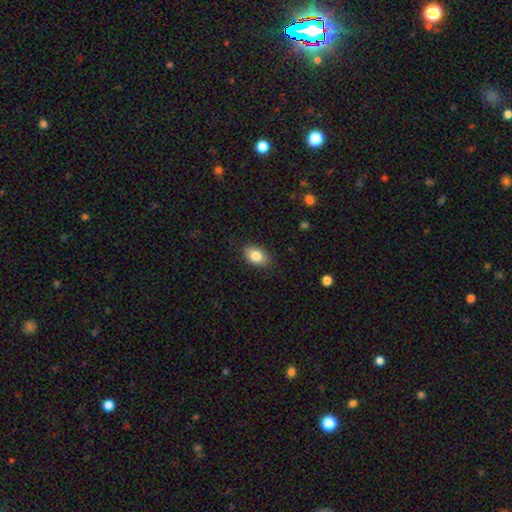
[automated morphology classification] Smooth or featured?
  - smooth: 85% *
  - featured or disk: 8%
  - star or artifact: 8%
How rounded?
  - in between: 88% *
  - round: 11%
  - cigar-shaped: 2%
Merging?
  - none: 85% *
  - minor disturbance: 11%
  - major disturbance: 3%
  - merger: 1%